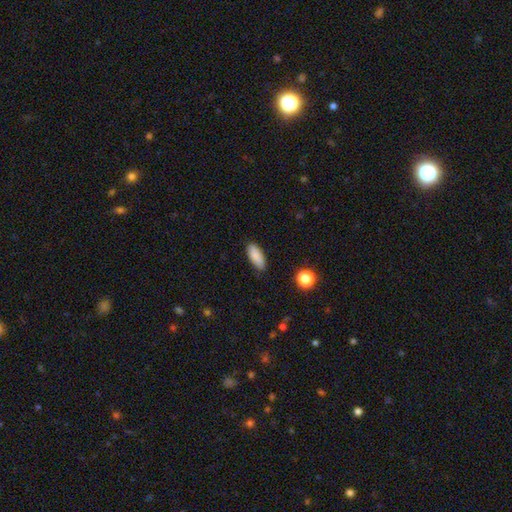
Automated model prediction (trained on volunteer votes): Smooth or featured?
  - smooth: 88% *
  - star or artifact: 7%
  - featured or disk: 5%
How rounded?
  - in between: 79% *
  - cigar-shaped: 18%
  - round: 2%
Merging?
  - none: 86% *
  - minor disturbance: 11%
  - major disturbance: 2%
  - merger: 1%